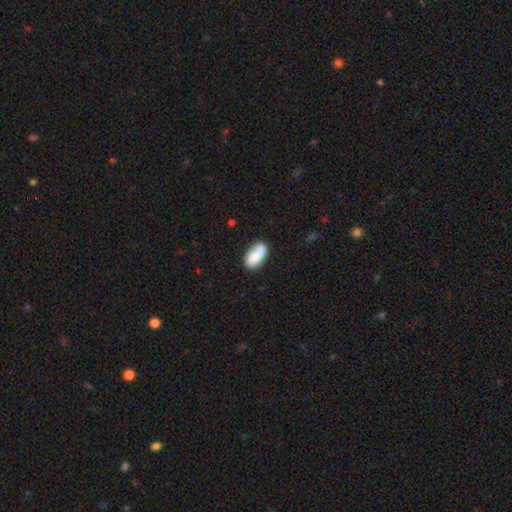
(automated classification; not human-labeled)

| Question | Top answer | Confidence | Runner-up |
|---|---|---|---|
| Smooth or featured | smooth | 68% | featured or disk (25%) |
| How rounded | in between | 92% | round (5%) |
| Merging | none | 60% | minor disturbance (20%) |